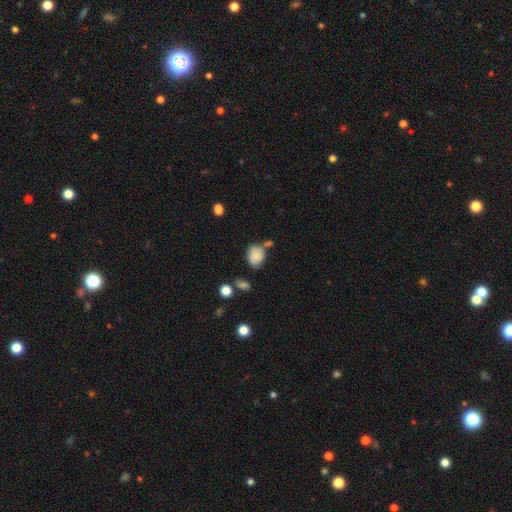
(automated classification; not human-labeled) smooth-or-featured: smooth: 81% | featured or disk: 10% | star or artifact: 9%
  how-rounded: in between: 52% | round: 47% | cigar-shaped: 1%
  merging: none: 55% | minor disturbance: 22% | merger: 17% | major disturbance: 6%